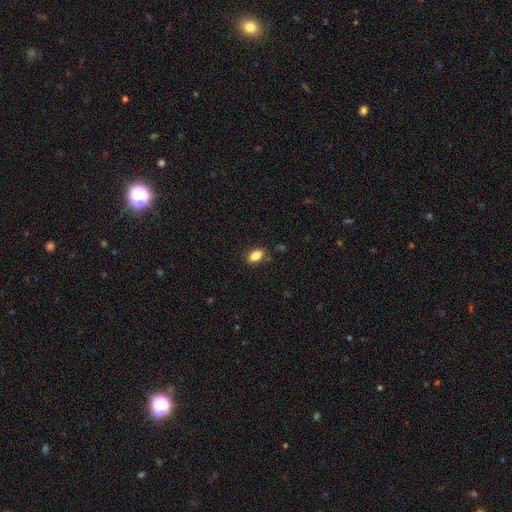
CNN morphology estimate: Q: Smooth or featured?
A: smooth (85%); runner-up: star or artifact (9%)
Q: How rounded?
A: in between (87%); runner-up: round (11%)
Q: Merging?
A: none (83%); runner-up: minor disturbance (12%)